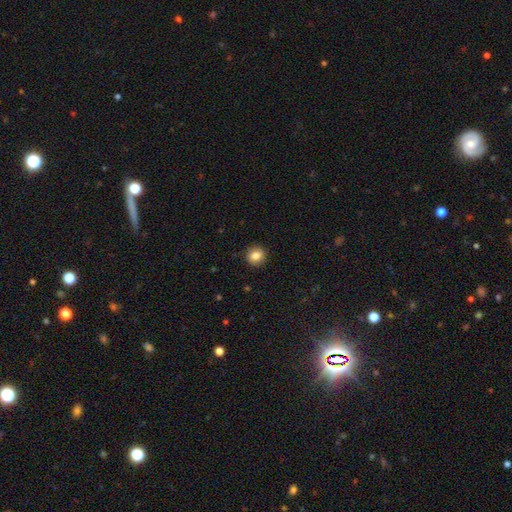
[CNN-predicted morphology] smooth-or-featured: smooth: 84% | star or artifact: 9% | featured or disk: 7%
  how-rounded: round: 86% | in between: 13% | cigar-shaped: 1%
  merging: none: 90% | minor disturbance: 7% | major disturbance: 2% | merger: 1%